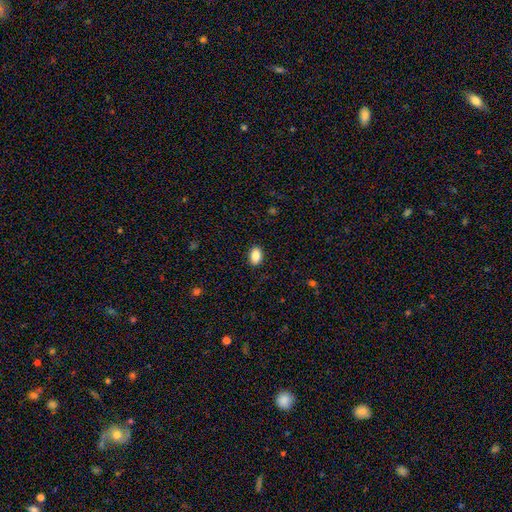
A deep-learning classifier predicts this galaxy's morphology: This is clearly a smooth galaxy (87%). How rounded: clearly in between (85%). Merging: clearly none (89%).